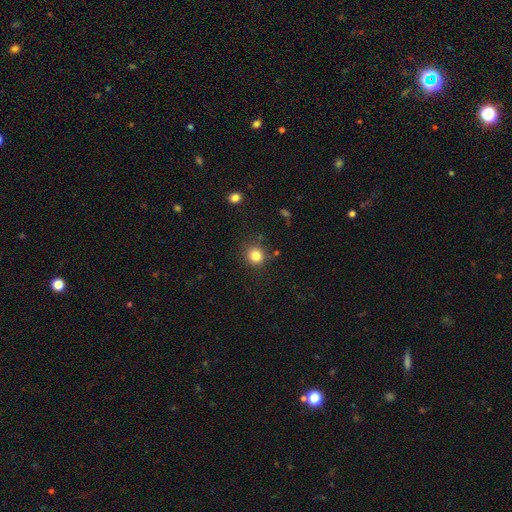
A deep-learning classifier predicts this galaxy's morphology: Overall: smooth (82%). How rounded: round (88%). Merging: none (86%).